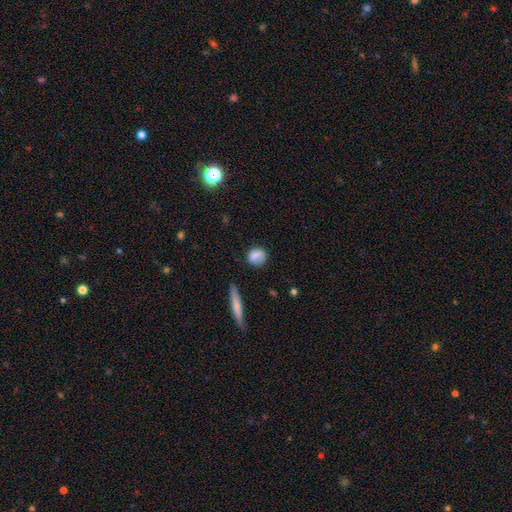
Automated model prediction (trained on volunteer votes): smooth-or-featured: smooth: 80% | featured or disk: 12% | star or artifact: 9%
  how-rounded: round: 66% | in between: 30% | cigar-shaped: 4%
  merging: none: 71% | minor disturbance: 20% | major disturbance: 6% | merger: 3%